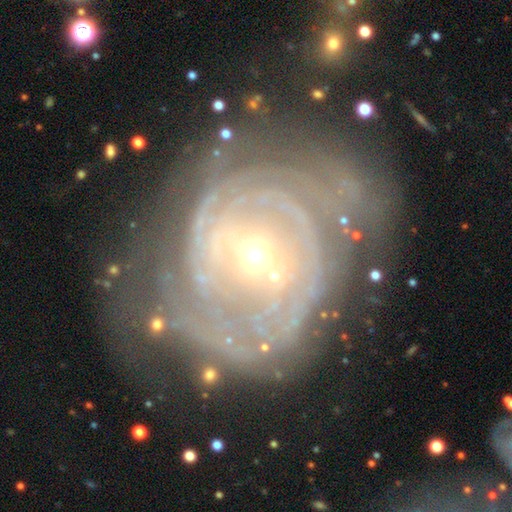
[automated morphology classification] A featured or disk galaxy (85%) with no bar (58%), tight (72%) spiral arms (86%) and a small central bulge (69%).

Vote fractions:
- Smooth or featured? featured or disk: 85% / smooth: 9% / star or artifact: 6%
- Edge-on disk? no: 96% / yes: 4%
- Bar? no: 58% / weak: 27% / strong: 15%
- Spiral arms? yes: 86% / no: 14%
- Spiral winding? tight: 72% / medium: 21% / loose: 8%
- Spiral arm count? can't tell: 34% / 2: 26% / 3: 12% / more than 4: 10% / 4: 9% / 1: 8%
- Bulge size? small: 69% / moderate: 27% / large: 2% / none: 1% / dominant: 1%
- Merging? none: 60% / minor disturbance: 21% / major disturbance: 15% / merger: 4%